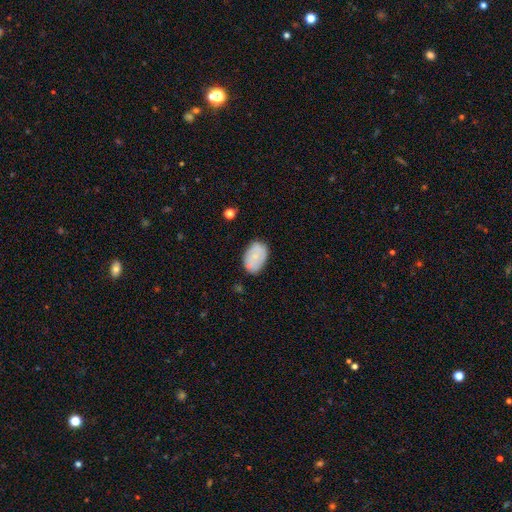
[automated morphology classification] This appears to be a smooth galaxy with no disk features (72%) that is in between round and cigar-shaped (90%). Merging: none (68%).